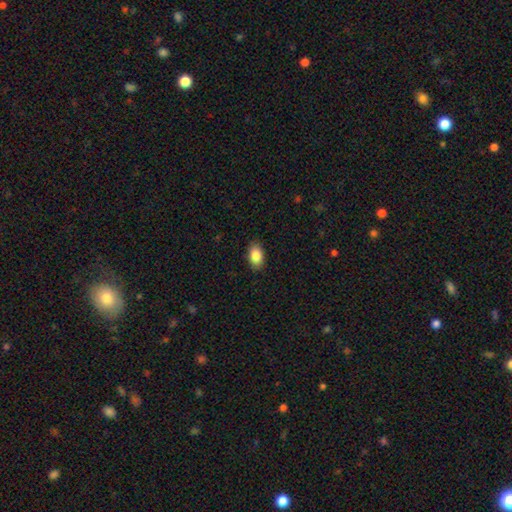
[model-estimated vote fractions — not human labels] Smooth or featured? smooth (87%)
How rounded? in between (90%)
Merging? none (88%)